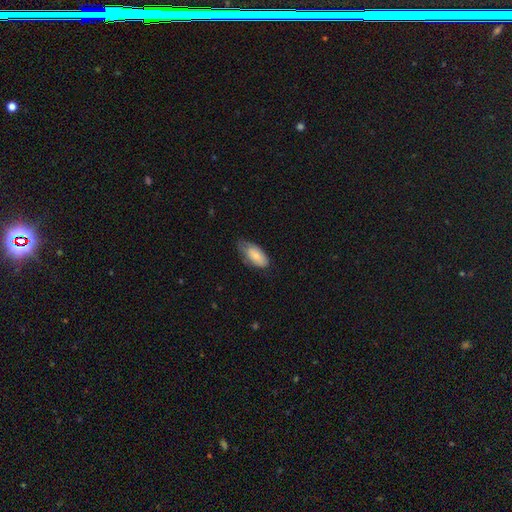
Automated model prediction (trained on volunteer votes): smooth_or_featured: smooth (p=0.78) [alt: featured or disk p=0.16]
how_rounded: in between (p=0.91) [alt: cigar-shaped p=0.06]
merging: none (p=0.49) [alt: minor disturbance p=0.39]